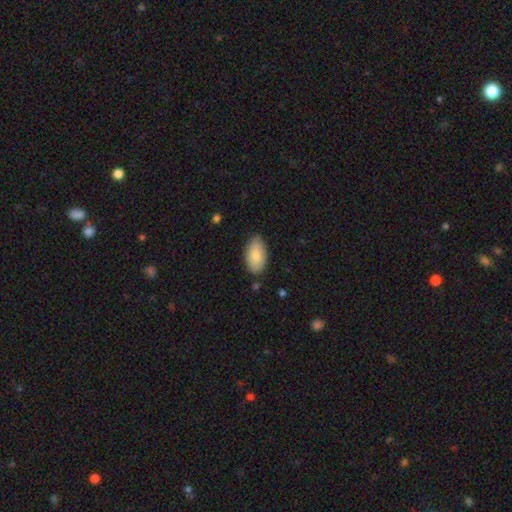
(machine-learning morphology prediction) type=smooth (80%); roundness=in between (94%); merging=none (80%).